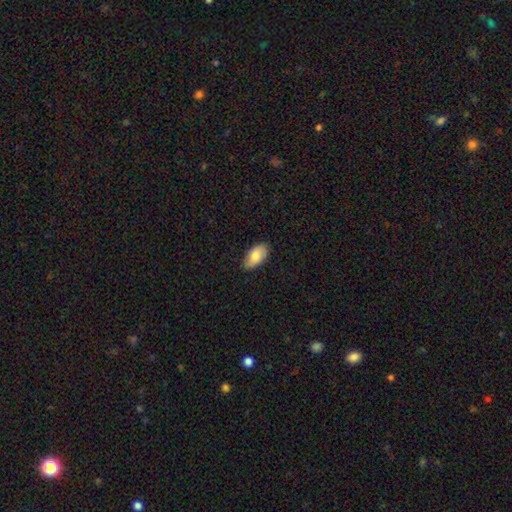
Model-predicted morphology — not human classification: smooth_or_featured: smooth (p=0.84) [alt: featured or disk p=0.10]
how_rounded: in between (p=0.95) [alt: cigar-shaped p=0.03]
merging: none (p=0.86) [alt: minor disturbance p=0.11]